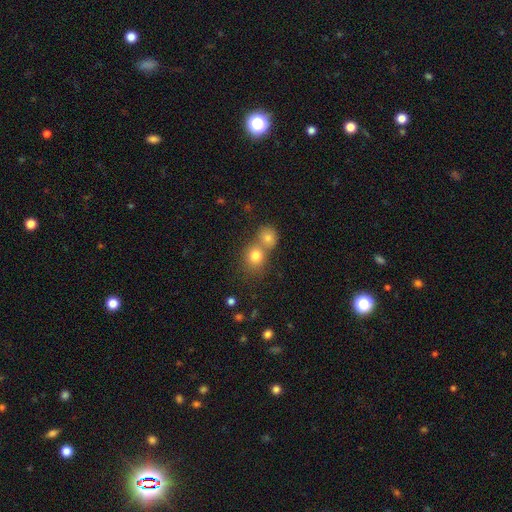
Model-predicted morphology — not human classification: Smooth or featured: smooth — 78% (star or artifact — 12%)
How rounded: round — 80% (in between — 19%)
Merging: merger — 52% (none — 39%)